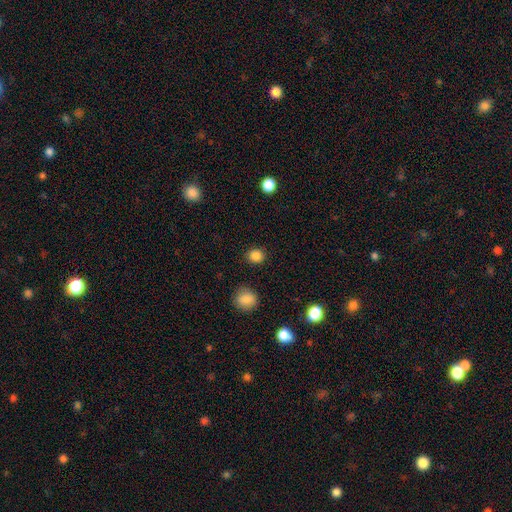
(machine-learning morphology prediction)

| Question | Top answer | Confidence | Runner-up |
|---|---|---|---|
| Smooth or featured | smooth | 85% | star or artifact (11%) |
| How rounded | round | 82% | in between (17%) |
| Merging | none | 89% | minor disturbance (7%) |